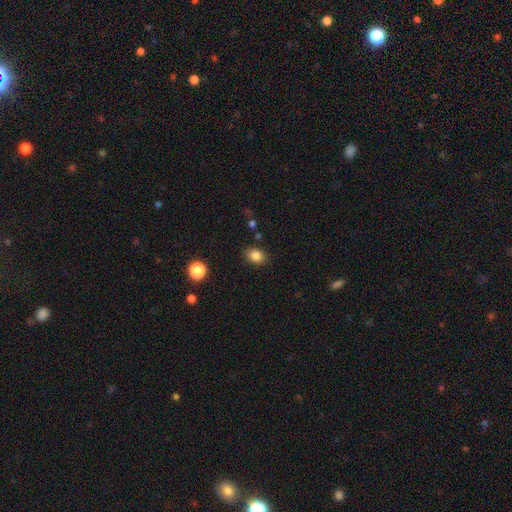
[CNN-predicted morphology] smooth 83%, star or artifact 11%, featured or disk 6%. Down the decision tree: how rounded — in between (57%); merging — none (86%).